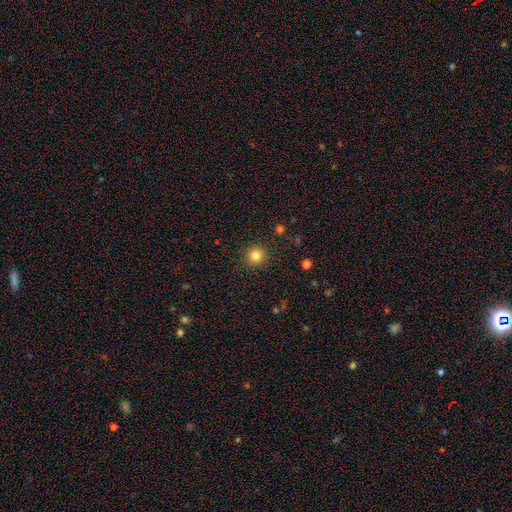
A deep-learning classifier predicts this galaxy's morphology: Smooth or featured? smooth (82%)
How rounded? round (93%)
Merging? none (91%)